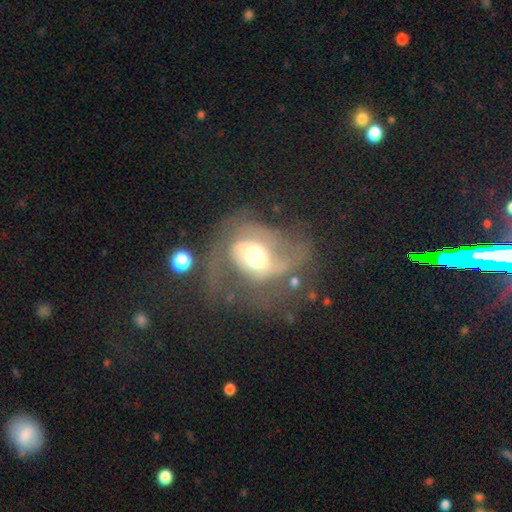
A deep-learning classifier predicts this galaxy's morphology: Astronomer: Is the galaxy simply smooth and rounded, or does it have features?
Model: featured or disk — 70%.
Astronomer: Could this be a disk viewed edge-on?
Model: no — 96%.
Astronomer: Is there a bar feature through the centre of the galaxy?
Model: no — 53% (runner-up: weak, 32%).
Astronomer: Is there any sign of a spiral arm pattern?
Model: yes — 78%.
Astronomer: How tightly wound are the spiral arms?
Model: medium — 44% (runner-up: loose, 37%).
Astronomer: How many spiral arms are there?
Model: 2 — 61%.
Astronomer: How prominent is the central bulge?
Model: moderate — 55% (runner-up: large, 31%).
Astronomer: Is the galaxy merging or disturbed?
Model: major disturbance — 39% (runner-up: none, 38%).